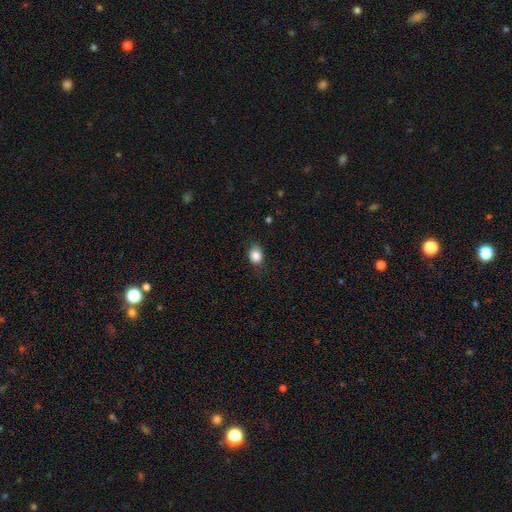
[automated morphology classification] Smooth or featured? smooth (85%)
How rounded? in between (53%)
Merging? none (78%)